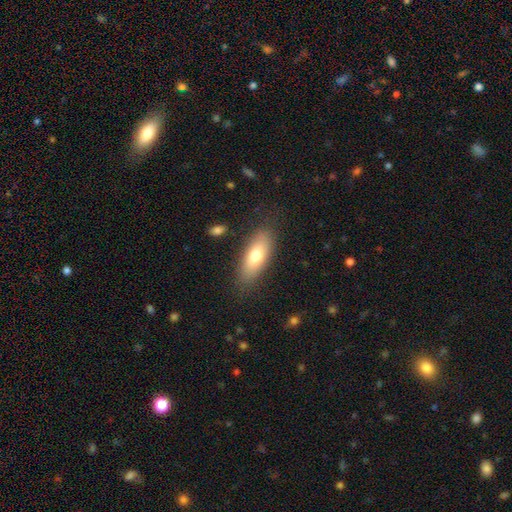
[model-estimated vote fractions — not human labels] smooth-or-featured: smooth: 73% | featured or disk: 20% | star or artifact: 7%
  how-rounded: in between: 74% | cigar-shaped: 24% | round: 3%
  merging: none: 82% | minor disturbance: 13% | major disturbance: 4% | merger: 2%